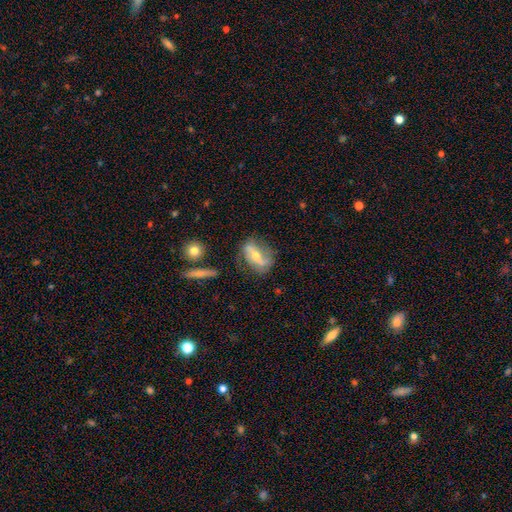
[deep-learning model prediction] Overall: featured or disk (69%). Edge-on disk: no (88%). Bar: strong (44%; weak 32%). Spiral arms: yes (82%). Spiral arm count: 2 (80%). Spiral winding: loose (53%; medium 30%). Bulge size: moderate (52%; small 42%). Merging: none (66%).